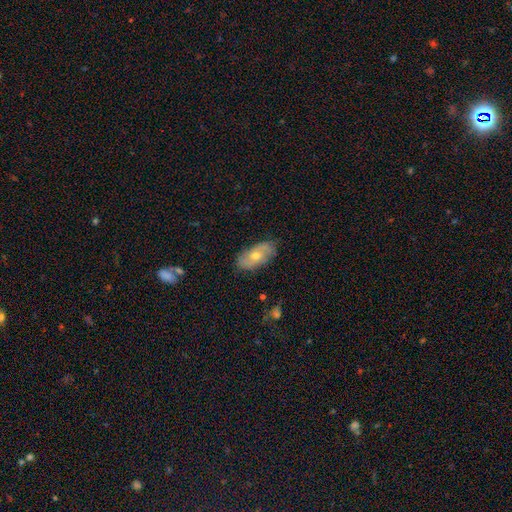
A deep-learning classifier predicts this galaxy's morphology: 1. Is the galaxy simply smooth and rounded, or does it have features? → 49% featured or disk, 42% smooth, 9% star or artifact.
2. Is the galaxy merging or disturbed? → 82% none, 14% minor disturbance, 3% major disturbance, 1% merger.